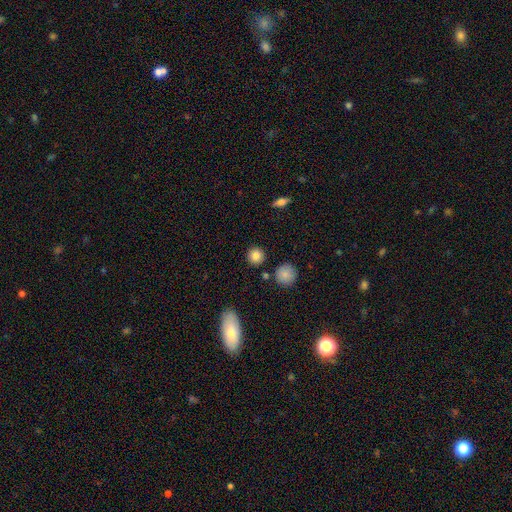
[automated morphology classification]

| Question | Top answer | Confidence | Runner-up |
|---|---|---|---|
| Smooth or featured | smooth | 84% | star or artifact (10%) |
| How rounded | round | 92% | in between (7%) |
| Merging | none | 88% | minor disturbance (6%) |